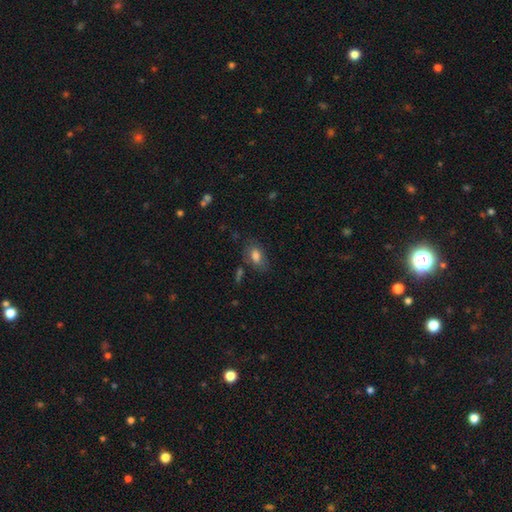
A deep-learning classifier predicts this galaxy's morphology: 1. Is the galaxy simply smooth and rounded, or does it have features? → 77% smooth, 14% featured or disk, 9% star or artifact.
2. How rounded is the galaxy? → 89% in between, 8% round, 3% cigar-shaped.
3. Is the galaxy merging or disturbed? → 67% none, 20% minor disturbance, 7% major disturbance, 6% merger.